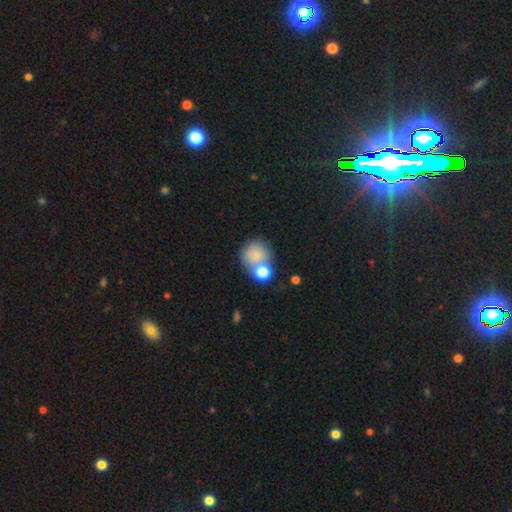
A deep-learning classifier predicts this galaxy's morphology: The model was most divided on "merging": none: 48%, merger: 33%, minor disturbance: 13%, major disturbance: 7%. More confident: how rounded — round (86%); smooth or featured — smooth (77%).